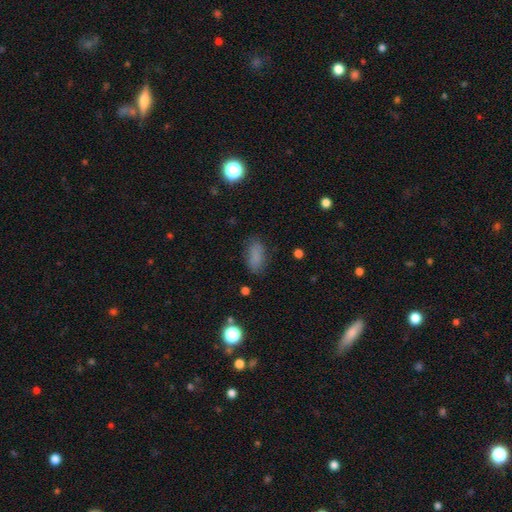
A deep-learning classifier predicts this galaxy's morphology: Smooth or featured?
  - smooth: 80% *
  - star or artifact: 12%
  - featured or disk: 8%
How rounded?
  - in between: 89% *
  - cigar-shaped: 6%
  - round: 6%
Merging?
  - none: 76% *
  - minor disturbance: 17%
  - major disturbance: 6%
  - merger: 2%